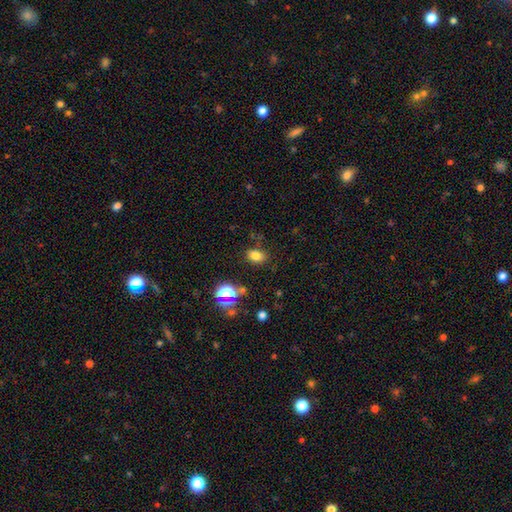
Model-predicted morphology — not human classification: Smooth or featured: smooth — 76% (star or artifact — 17%)
How rounded: in between — 75% (round — 23%)
Merging: none — 80% (minor disturbance — 12%)